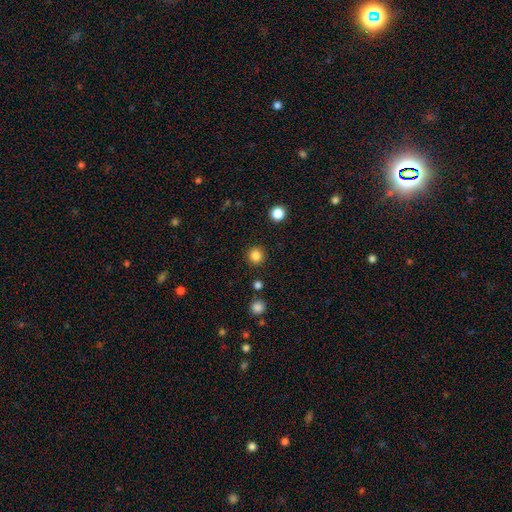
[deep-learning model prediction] This appears to be a smooth galaxy with no disk features (84%) that is round (95%). Merging: none (91%).